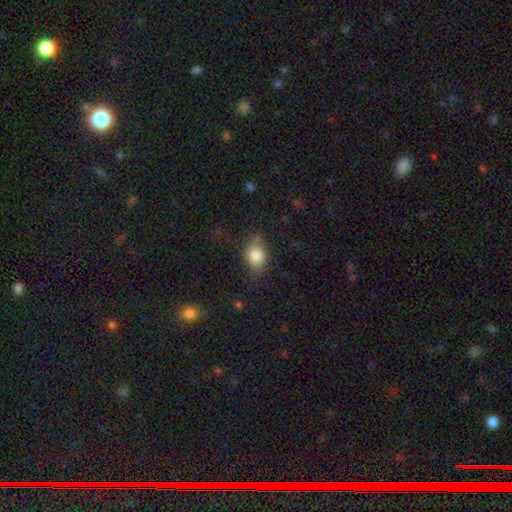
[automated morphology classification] Overall: smooth (81%). How rounded: in between (70%). Merging: none (70%).